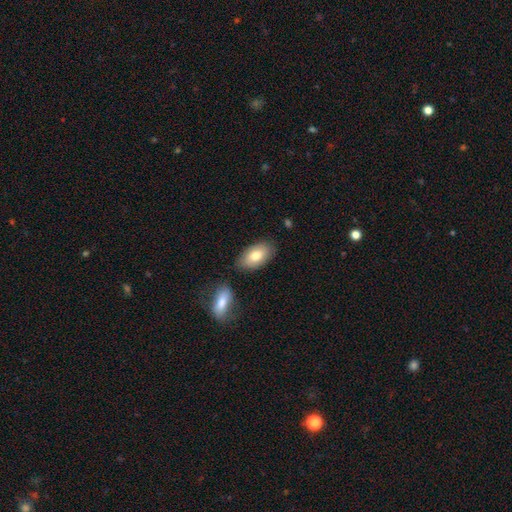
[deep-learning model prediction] This appears to be a smooth galaxy with no disk features (79%) that is in between round and cigar-shaped (94%). Merging: none (77%).